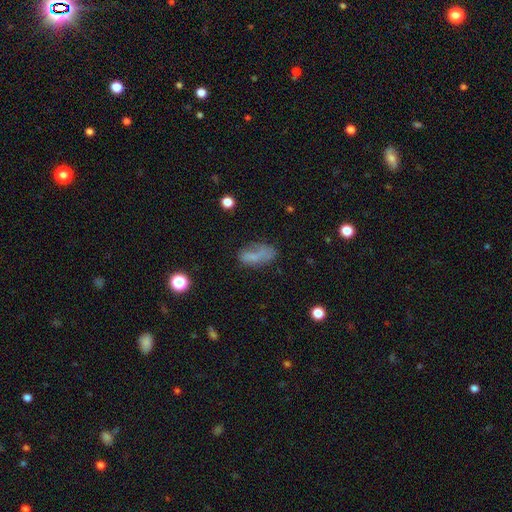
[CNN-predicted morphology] type=smooth (66%); roundness=in between (81%); merging=none (46%).